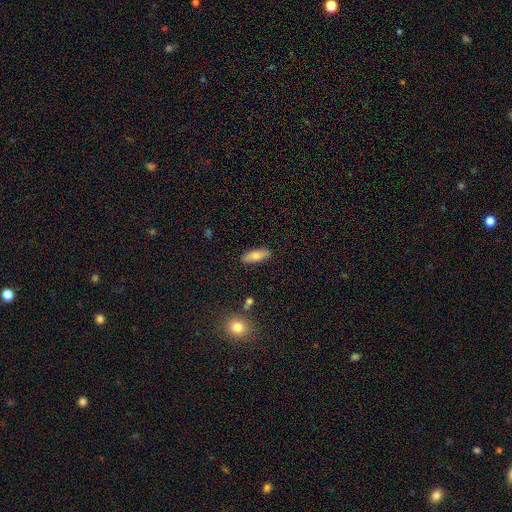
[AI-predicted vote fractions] Smooth or featured? smooth (80%)
How rounded? in between (70%)
Merging? none (87%)